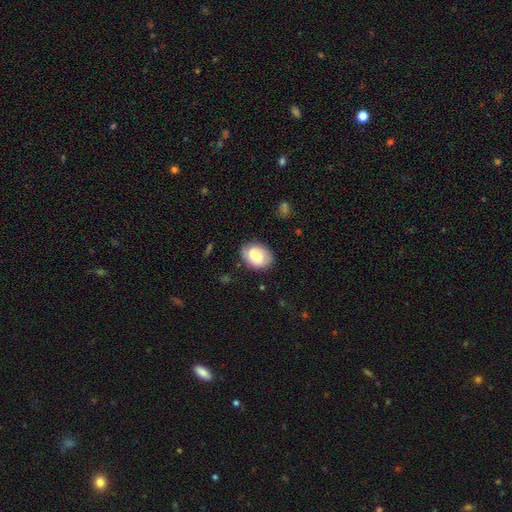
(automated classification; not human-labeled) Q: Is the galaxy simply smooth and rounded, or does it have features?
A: smooth — 69%.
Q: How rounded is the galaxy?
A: in between — 79%.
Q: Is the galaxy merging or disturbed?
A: none — 75%.